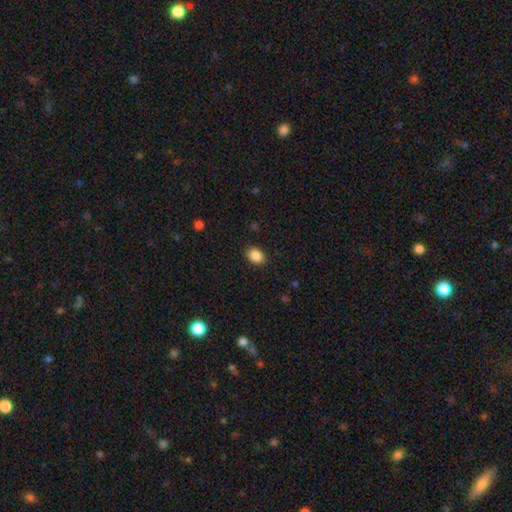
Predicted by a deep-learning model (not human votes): This is clearly a smooth galaxy (87%). How rounded: likely in between (69%). Merging: clearly none (88%).